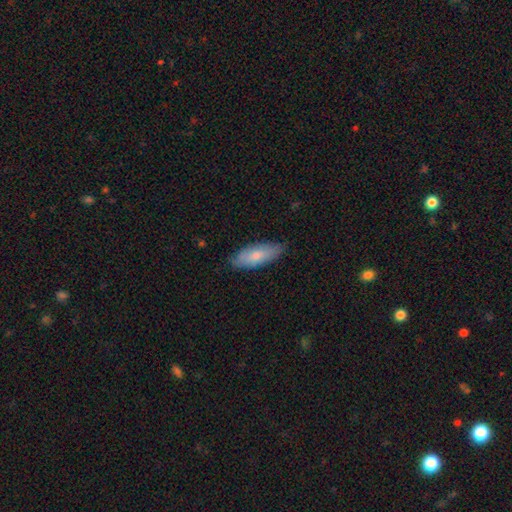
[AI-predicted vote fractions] A smooth galaxy with no disk features (74%) that is in between round and cigar-shaped (71%). Merging: none (79%).